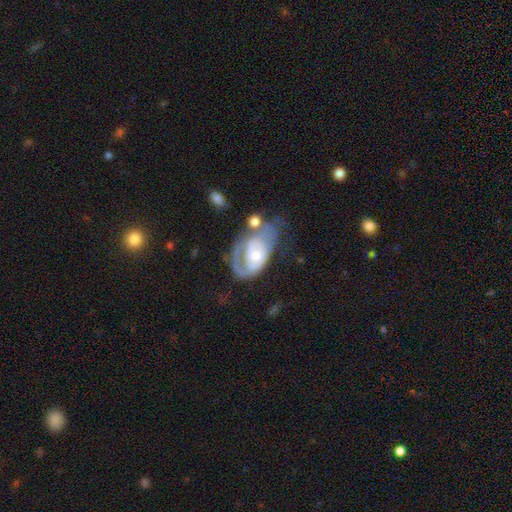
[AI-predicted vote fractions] The model was most divided on "bulge size": small: 47%, moderate: 42%, large: 6%, none: 3%, dominant: 2%. Remaining: edge-on disk — no (96%); bar — no (70%); spiral arms — yes (69%); smooth or featured — featured or disk (68%); merging — major disturbance (44%).